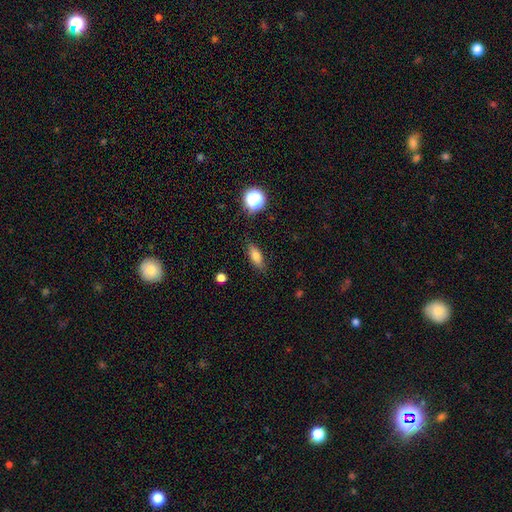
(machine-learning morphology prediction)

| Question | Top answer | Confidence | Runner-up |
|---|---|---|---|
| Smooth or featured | smooth | 75% | featured or disk (14%) |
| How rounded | in between | 66% | cigar-shaped (28%) |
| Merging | none | 82% | minor disturbance (13%) |